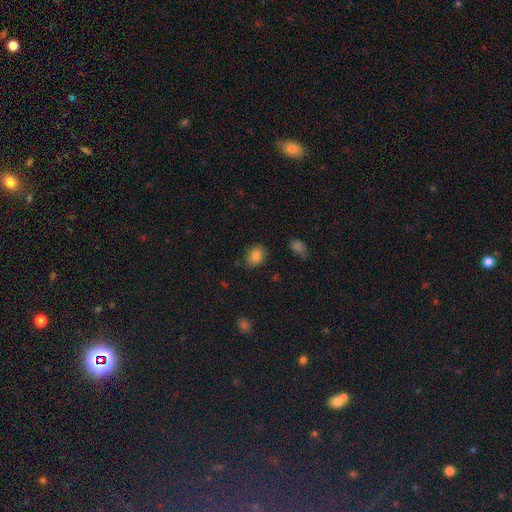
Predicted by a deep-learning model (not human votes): Q: Smooth or featured?
A: smooth (84%); runner-up: star or artifact (9%)
Q: How rounded?
A: in between (64%); runner-up: round (35%)
Q: Merging?
A: none (80%); runner-up: minor disturbance (15%)